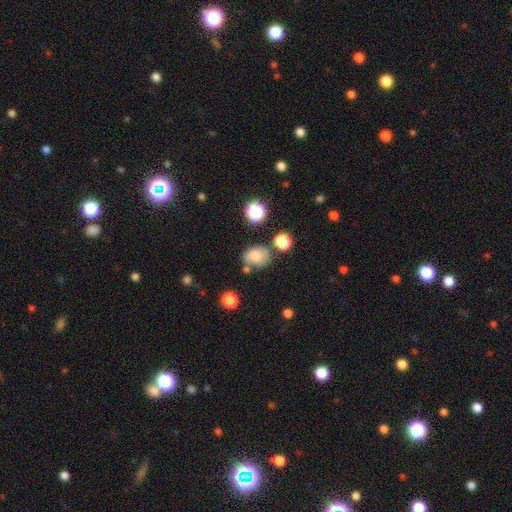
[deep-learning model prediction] Smooth or featured?
  - smooth: 72% *
  - featured or disk: 14%
  - star or artifact: 13%
How rounded?
  - in between: 62% *
  - round: 37%
  - cigar-shaped: 1%
Merging?
  - none: 56% *
  - minor disturbance: 22%
  - merger: 14%
  - major disturbance: 8%